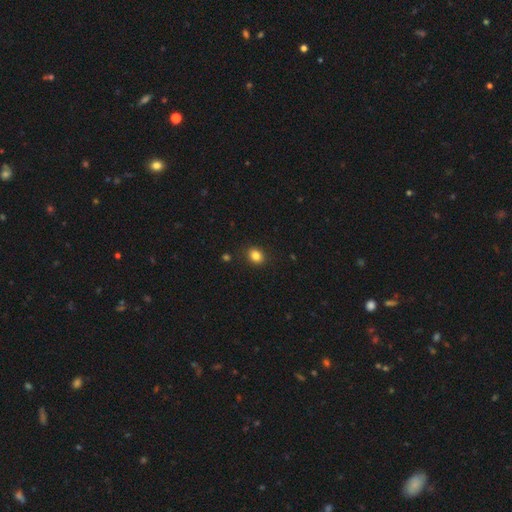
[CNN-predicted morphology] This is clearly a smooth galaxy (84%). How rounded: possibly round (54%). Merging: clearly none (88%).